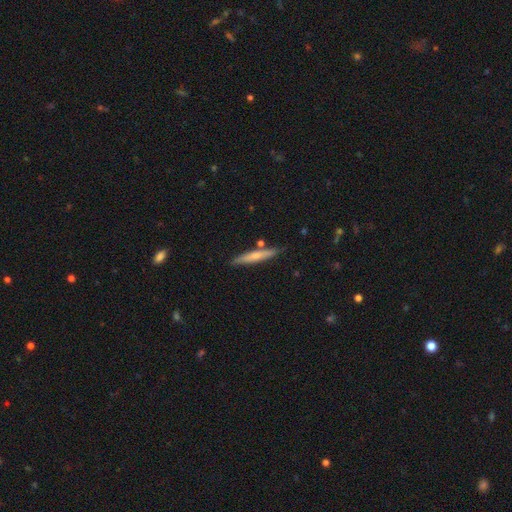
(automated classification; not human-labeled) smooth 61%, featured or disk 34%, star or artifact 6%. Down the decision tree: how rounded — cigar-shaped (93%); merging — none (81%).